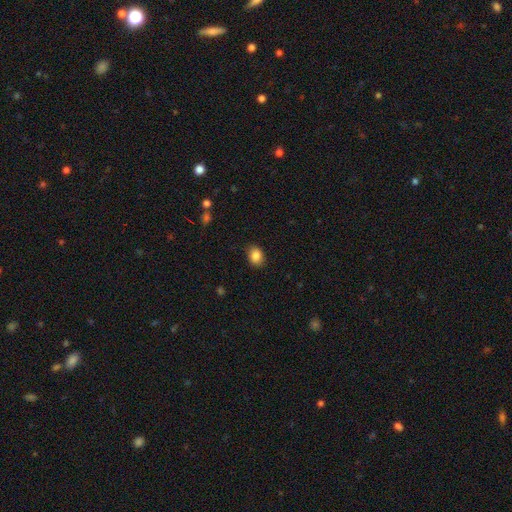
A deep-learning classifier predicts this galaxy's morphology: A smooth galaxy with no disk features (86%) that is in between round and cigar-shaped (60%). Merging: none (85%).